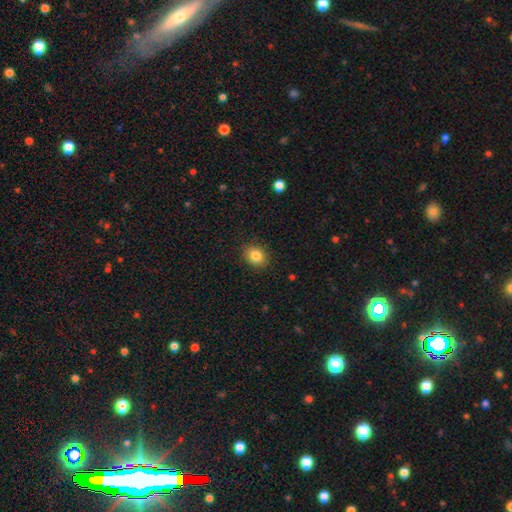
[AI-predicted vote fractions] The model was most divided on "how rounded": round: 55%, in between: 44%, cigar-shaped: 1%. More confident: merging — none (87%); smooth or featured — smooth (84%).